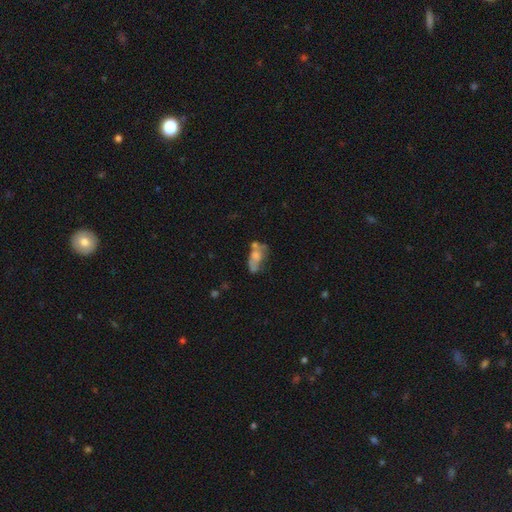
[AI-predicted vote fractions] The model was most divided on "merging": merger: 30%, none: 26%, major disturbance: 24%, minor disturbance: 20%. Remaining: smooth or featured — smooth (48%).